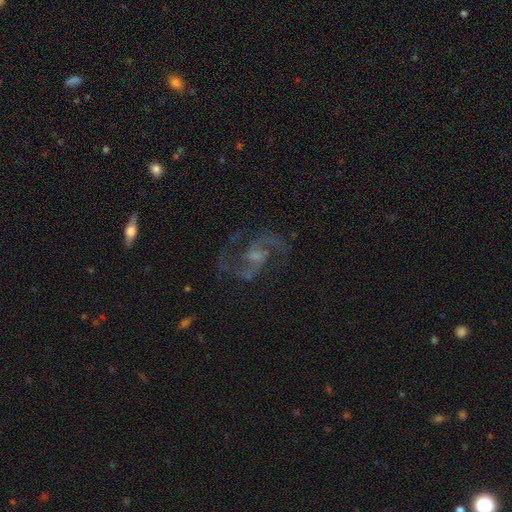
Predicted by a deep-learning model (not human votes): This appears to be a featured or disk galaxy (88%) with a weak bar (55%), 2 (92%) medium (55%) spiral arms (96%) and a small central bulge (36%). Merging: none (72%).